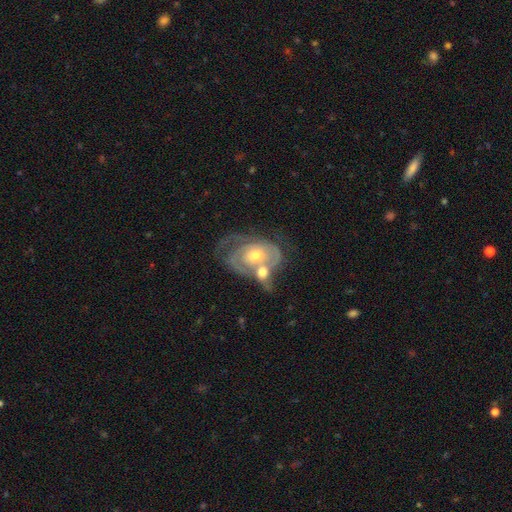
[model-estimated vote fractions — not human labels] A featured or disk galaxy (80%) with no bar (74%), 2 (46%) tight (62%) spiral arms (87%) and a moderate central bulge (63%).

Vote fractions:
- Smooth or featured? featured or disk: 80% / smooth: 15% / star or artifact: 5%
- Edge-on disk? no: 96% / yes: 4%
- Bar? no: 74% / weak: 21% / strong: 5%
- Spiral arms? yes: 87% / no: 13%
- Spiral winding? tight: 62% / medium: 28% / loose: 10%
- Spiral arm count? 2: 46% / can't tell: 27% / 1: 15% / 3: 7% / 4: 2% / more than 4: 2%
- Bulge size? moderate: 63% / small: 30% / large: 5% / none: 1% / dominant: 1%
- Merging? merger: 54% / none: 23% / major disturbance: 12% / minor disturbance: 11%